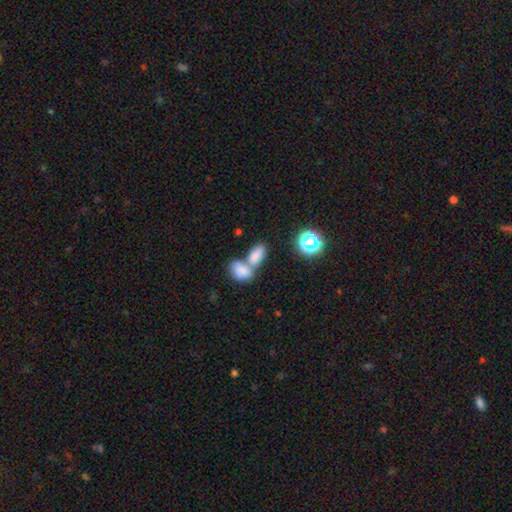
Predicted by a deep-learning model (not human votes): Smooth or featured: smooth — 81% (star or artifact — 10%)
How rounded: in between — 90% (round — 7%)
Merging: merger — 62% (none — 27%)